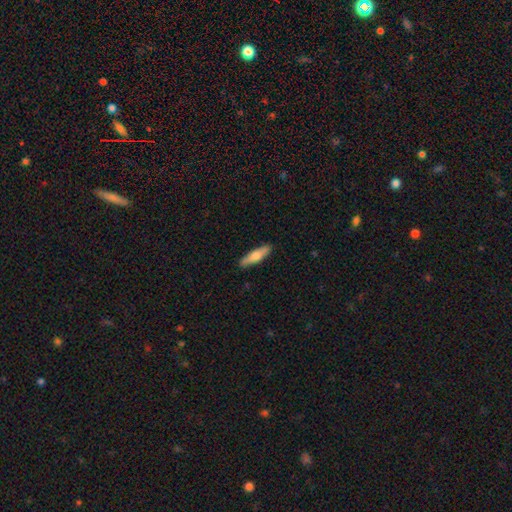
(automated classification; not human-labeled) Smooth or featured? Predicted: smooth (p=0.65). How rounded? Predicted: cigar-shaped (p=0.73). Merging? Predicted: none (p=0.89).